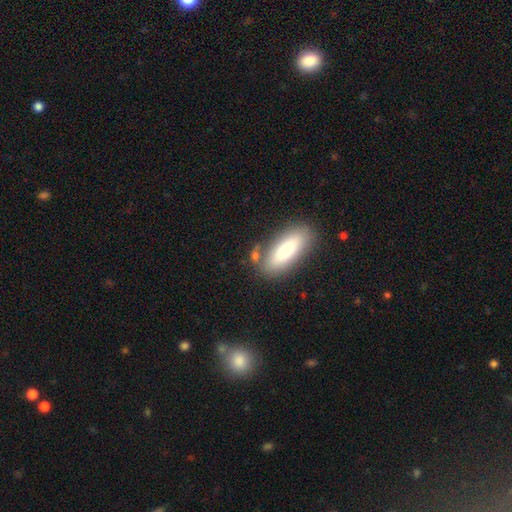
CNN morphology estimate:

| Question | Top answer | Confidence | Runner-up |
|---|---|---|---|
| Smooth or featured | smooth | 78% | featured or disk (15%) |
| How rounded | in between | 63% | cigar-shaped (34%) |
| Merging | none | 75% | minor disturbance (13%) |